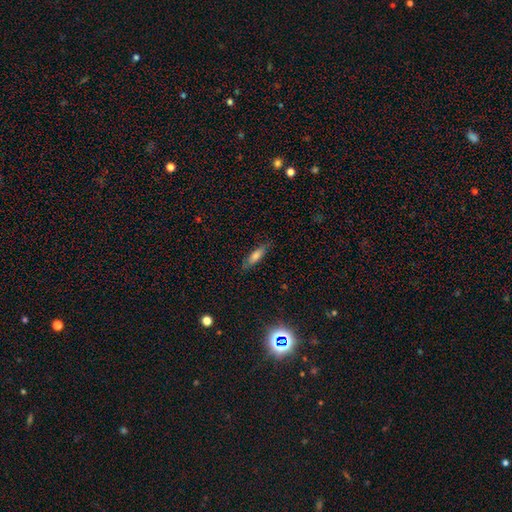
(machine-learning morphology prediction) A smooth galaxy with no disk features (71%) that is in between round and cigar-shaped (49%, tied with cigar-shaped). Merging: none (80%).